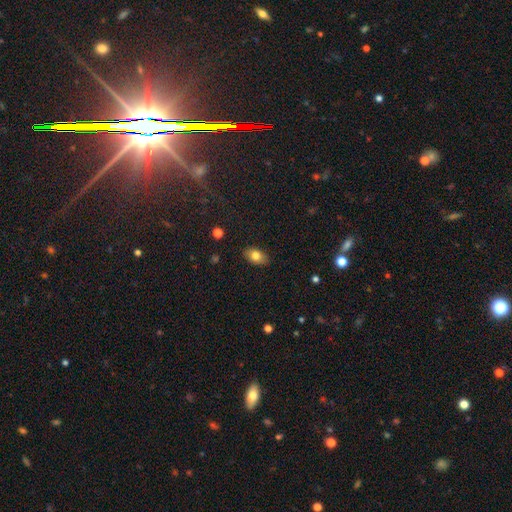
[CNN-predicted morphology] smooth 79%, featured or disk 13%, star or artifact 8%. Down the decision tree: how rounded — in between (88%); merging — none (86%).